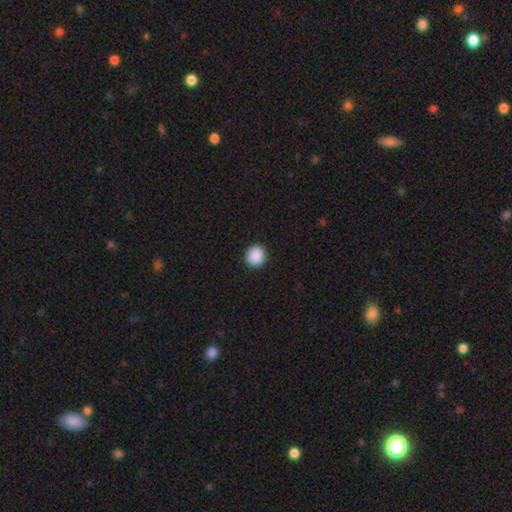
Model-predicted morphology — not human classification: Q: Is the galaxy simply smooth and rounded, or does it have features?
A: smooth — 90%.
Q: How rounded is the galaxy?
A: round — 88%.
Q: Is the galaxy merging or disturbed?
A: none — 92%.